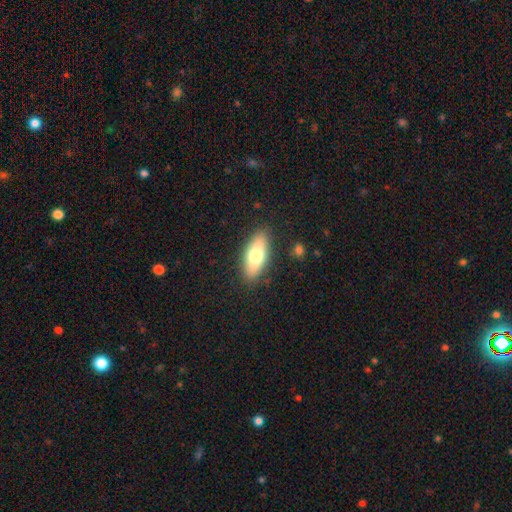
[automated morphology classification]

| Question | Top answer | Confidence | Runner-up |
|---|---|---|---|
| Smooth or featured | smooth | 71% | featured or disk (23%) |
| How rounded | in between | 76% | cigar-shaped (21%) |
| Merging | none | 86% | minor disturbance (10%) |